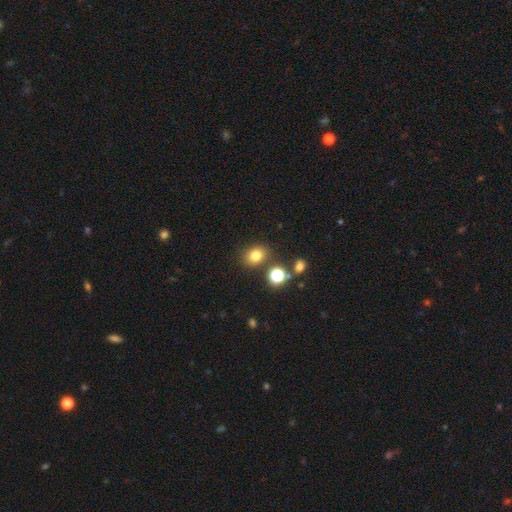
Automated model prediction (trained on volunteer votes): Smooth or featured? Predicted: smooth (p=0.78). How rounded? Predicted: round (p=0.58). Merging? Predicted: none (p=0.80).